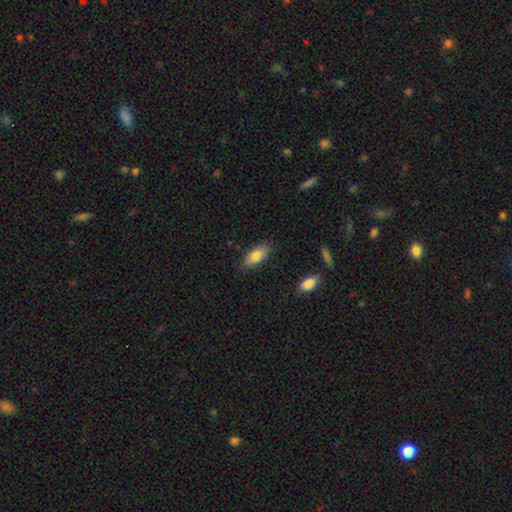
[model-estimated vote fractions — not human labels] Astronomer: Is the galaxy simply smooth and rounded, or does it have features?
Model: smooth — 80%.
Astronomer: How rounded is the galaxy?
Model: in between — 83%.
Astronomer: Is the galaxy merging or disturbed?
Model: none — 81%.